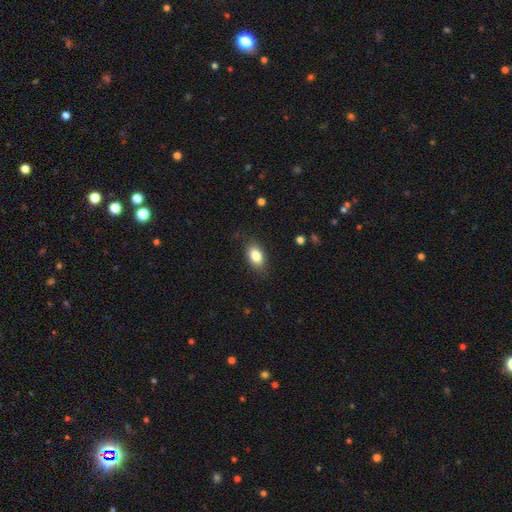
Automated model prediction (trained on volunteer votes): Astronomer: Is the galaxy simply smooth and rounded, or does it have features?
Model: smooth — 84%.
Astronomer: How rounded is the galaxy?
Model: in between — 88%.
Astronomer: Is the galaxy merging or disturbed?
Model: none — 81%.